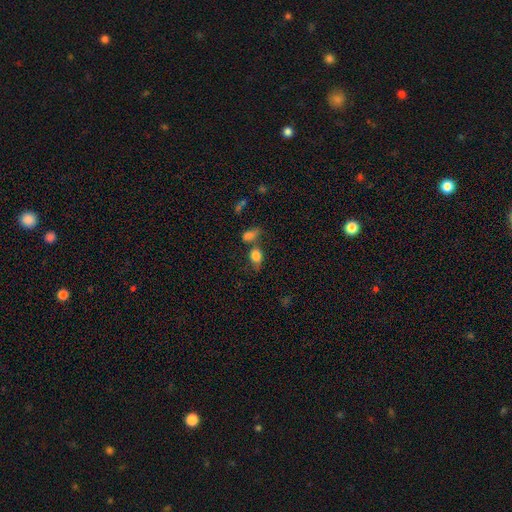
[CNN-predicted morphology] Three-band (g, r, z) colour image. It shows a smooth galaxy with no disk features (80%) that is in between round and cigar-shaped (67%). Merging: none (36%).